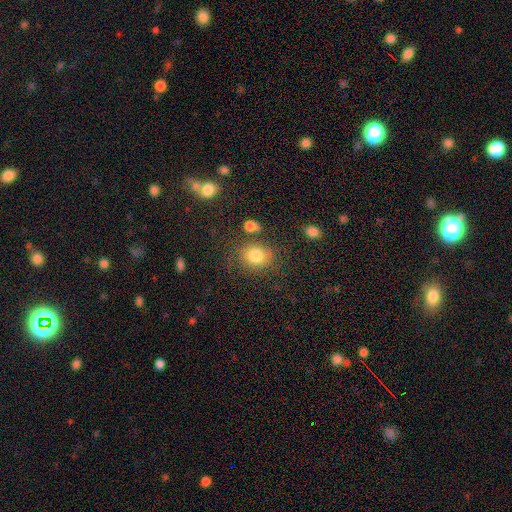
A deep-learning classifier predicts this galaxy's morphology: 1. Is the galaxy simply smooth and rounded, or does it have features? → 81% smooth, 11% star or artifact, 8% featured or disk.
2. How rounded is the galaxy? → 59% round, 40% in between, 1% cigar-shaped.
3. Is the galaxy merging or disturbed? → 70% none, 16% minor disturbance, 8% merger, 6% major disturbance.